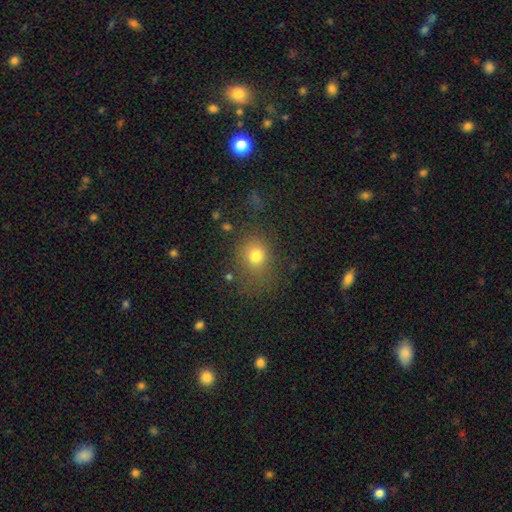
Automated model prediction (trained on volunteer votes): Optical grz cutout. It shows a smooth galaxy with no disk features (76%) that is round (60%). Merging: none (66%).